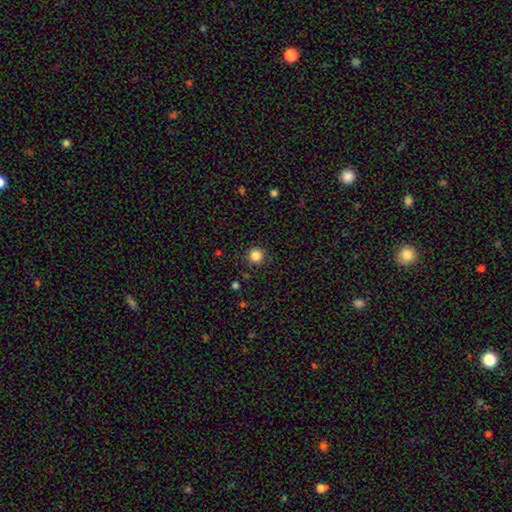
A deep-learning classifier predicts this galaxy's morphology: Smooth or featured? smooth (85%)
How rounded? round (95%)
Merging? none (90%)